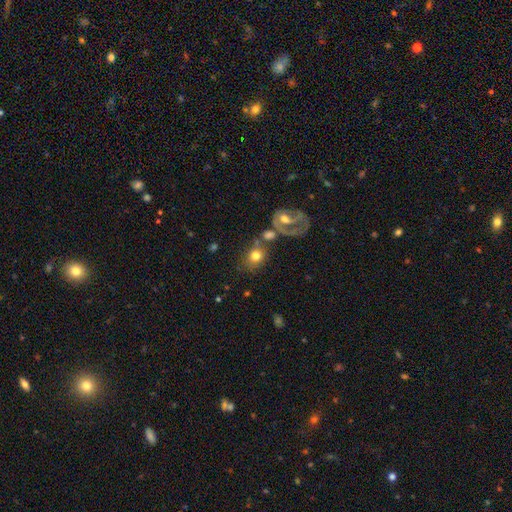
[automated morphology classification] This appears to be a smooth galaxy with no disk features (66%) that is round (60%). Merging: none (47%).